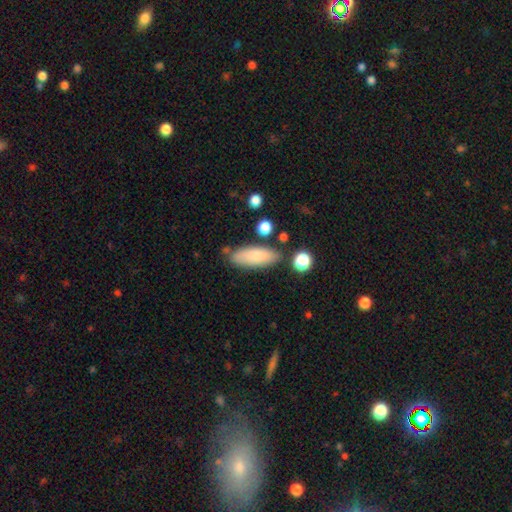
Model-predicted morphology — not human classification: The model was most divided on "how rounded": in between: 69%, cigar-shaped: 29%, round: 2%. More confident: smooth or featured — smooth (80%); merging — none (77%).